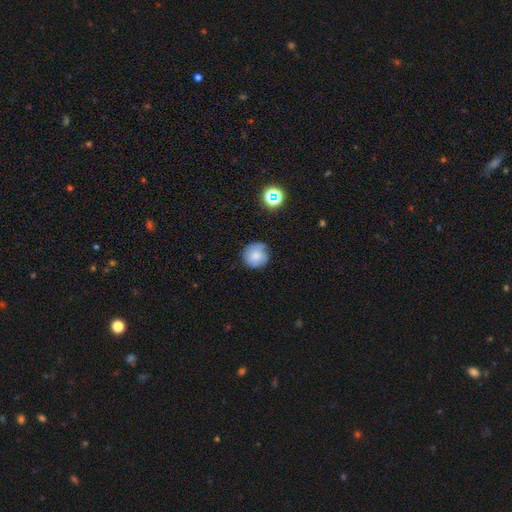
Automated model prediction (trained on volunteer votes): Q: Smooth or featured?
A: smooth (72%); runner-up: featured or disk (18%)
Q: How rounded?
A: round (92%); runner-up: in between (7%)
Q: Merging?
A: none (75%); runner-up: minor disturbance (19%)